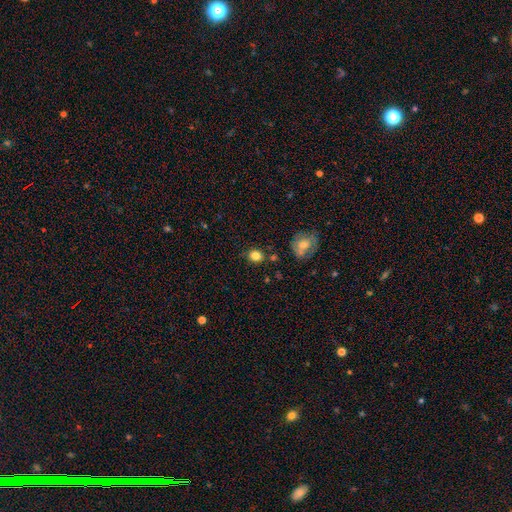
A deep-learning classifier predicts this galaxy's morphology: smooth-or-featured: smooth: 83% | star or artifact: 11% | featured or disk: 6%
  how-rounded: round: 77% | in between: 22% | cigar-shaped: 1%
  merging: none: 82% | minor disturbance: 11% | merger: 4% | major disturbance: 3%